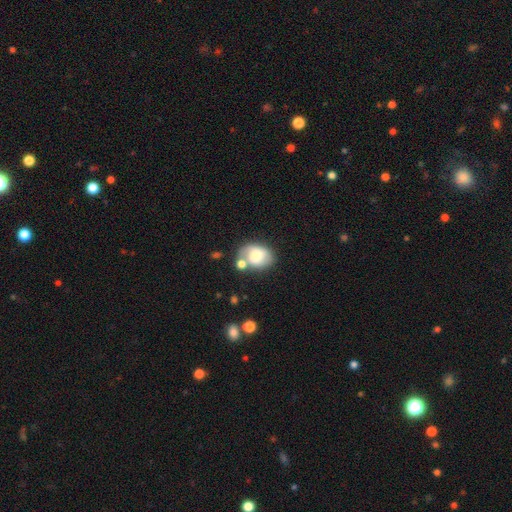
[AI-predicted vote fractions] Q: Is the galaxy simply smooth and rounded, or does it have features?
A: smooth — 64%.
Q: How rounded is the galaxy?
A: in between — 69%.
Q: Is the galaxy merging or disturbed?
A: none — 45%.